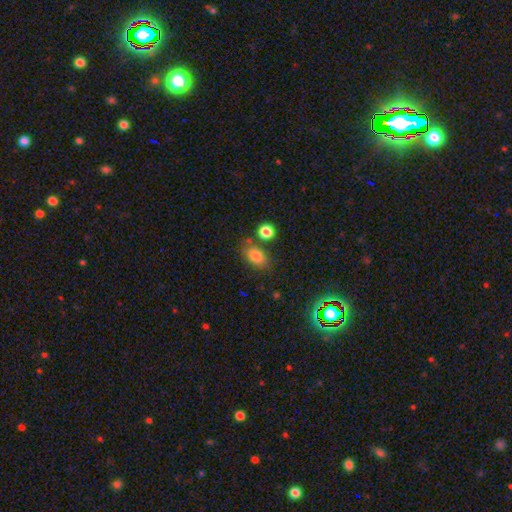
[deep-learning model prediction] smooth_or_featured: smooth (p=0.81) [alt: star or artifact p=0.10]
how_rounded: in between (p=0.82) [alt: round p=0.16]
merging: none (p=0.67) [alt: minor disturbance p=0.17]